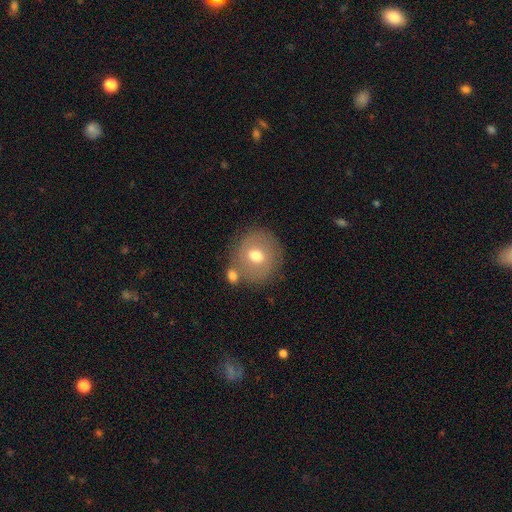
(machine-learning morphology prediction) Overall: smooth (64%; featured or disk 27%). How rounded: round (85%). Merging: none (71%).